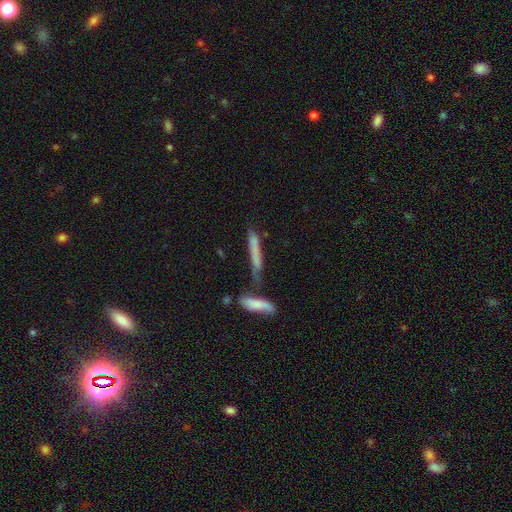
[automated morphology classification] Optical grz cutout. It shows a smooth galaxy with no disk features (63%) that is cigar-shaped (90%). Merging: none (45%).